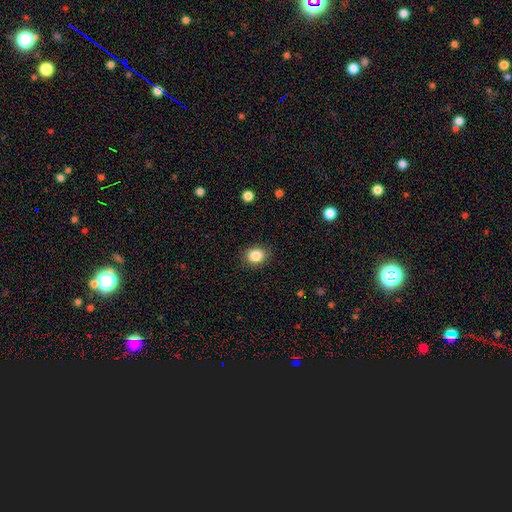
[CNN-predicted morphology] smooth-or-featured: smooth: 86% | star or artifact: 9% | featured or disk: 5%
  how-rounded: in between: 58% | round: 41% | cigar-shaped: 1%
  merging: none: 85% | minor disturbance: 11% | major disturbance: 3% | merger: 1%